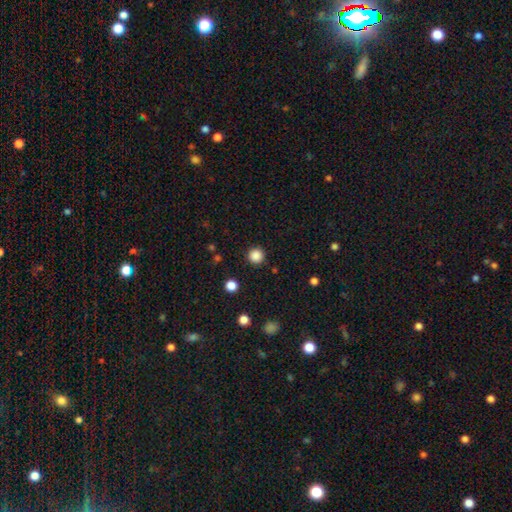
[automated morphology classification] This is clearly a smooth galaxy (86%). How rounded: clearly round (96%). Merging: clearly none (92%).